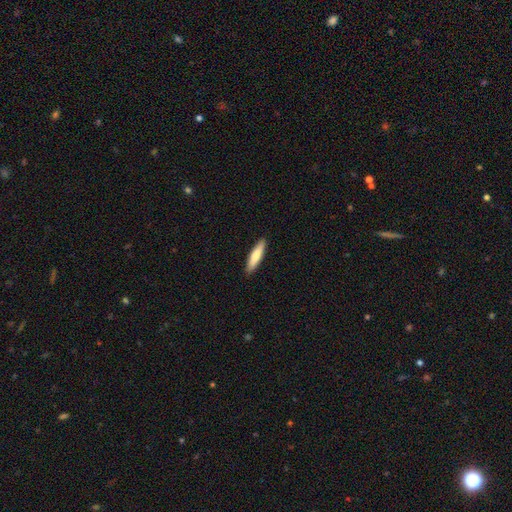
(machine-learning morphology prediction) Overall: smooth (76%). How rounded: cigar-shaped (80%). Merging: none (91%).